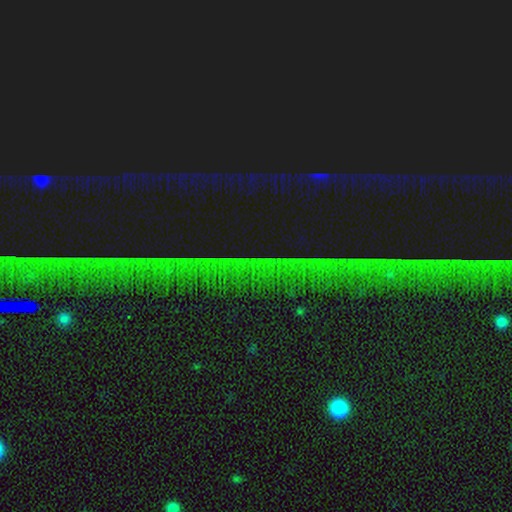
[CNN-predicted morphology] This appears to be a star or artifact, not a galaxy (86%).